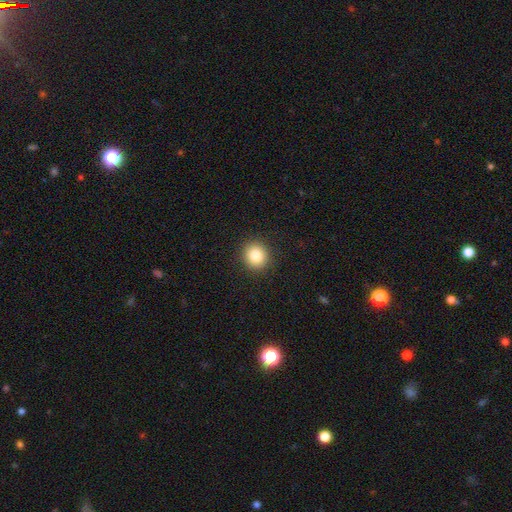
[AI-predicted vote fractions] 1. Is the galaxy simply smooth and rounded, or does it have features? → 84% smooth, 10% star or artifact, 6% featured or disk.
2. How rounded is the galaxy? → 88% round, 11% in between, 1% cigar-shaped.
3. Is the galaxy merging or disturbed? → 92% none, 5% minor disturbance, 2% major disturbance, 1% merger.